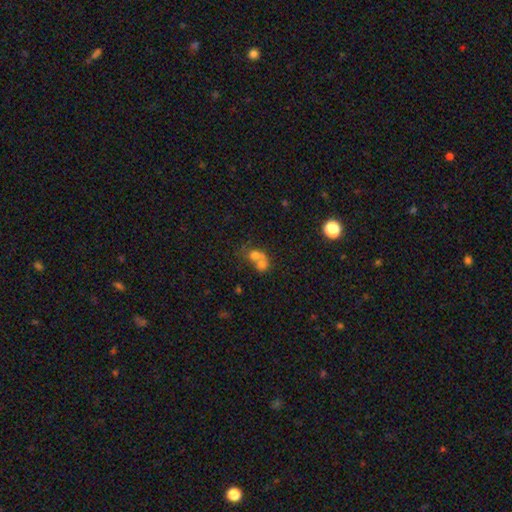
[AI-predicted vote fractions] A smooth galaxy with no disk features (65%) that is round (64%). Merging: merger (72%).